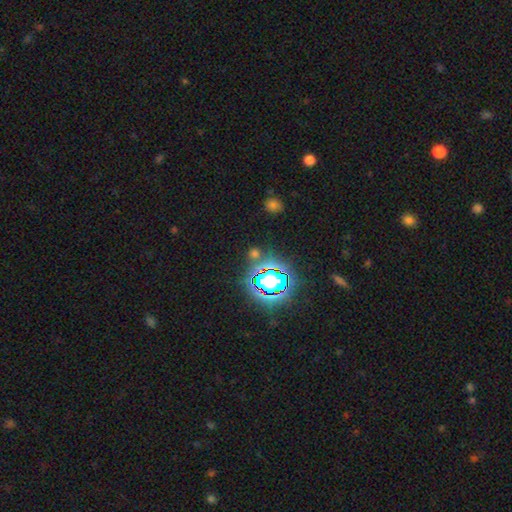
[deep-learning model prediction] smooth_or_featured: star or artifact (p=0.69) [alt: smooth p=0.22]